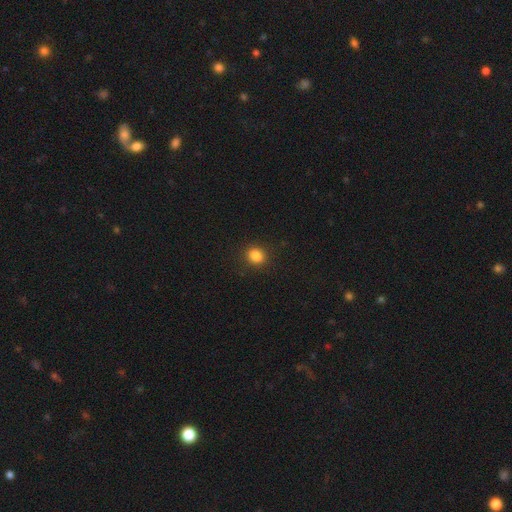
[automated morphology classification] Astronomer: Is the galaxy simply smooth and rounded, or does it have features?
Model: smooth — 85%.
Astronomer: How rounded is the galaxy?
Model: round — 74%.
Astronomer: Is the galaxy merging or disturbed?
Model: none — 90%.